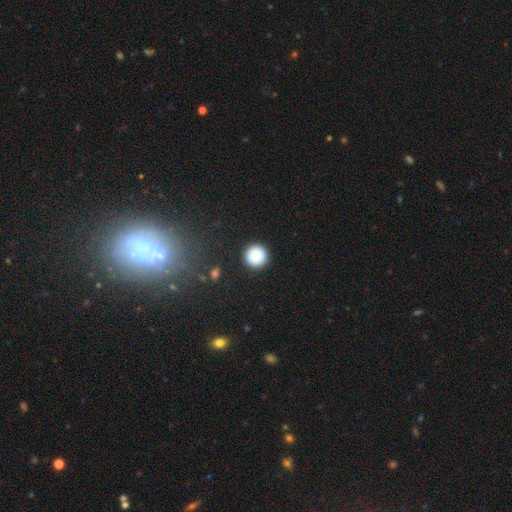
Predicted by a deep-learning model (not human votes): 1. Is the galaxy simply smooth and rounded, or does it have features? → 87% smooth, 9% star or artifact, 5% featured or disk.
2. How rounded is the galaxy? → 97% round, 3% in between, 1% cigar-shaped.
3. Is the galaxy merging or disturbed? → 92% none, 5% minor disturbance, 2% major disturbance, 1% merger.